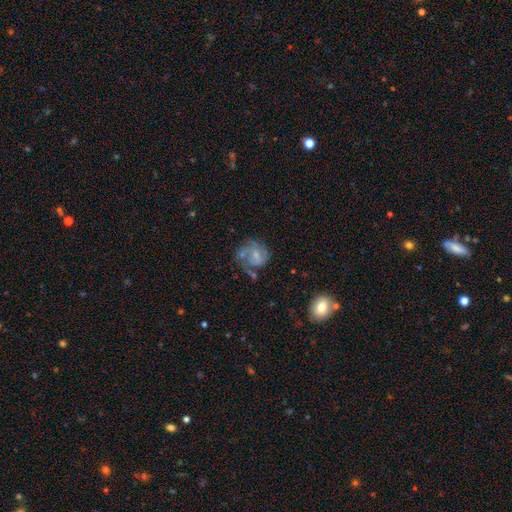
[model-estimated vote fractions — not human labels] Smooth or featured: featured or disk — 56% (smooth — 35%)
Edge-on disk: no — 98% (yes — 2%)
Bar: weak — 45% (no — 44%)
Spiral arms: yes — 71% (no — 29%)
Bulge size: small — 44% (moderate — 32%)
Merging: none — 43% (minor disturbance — 23%)